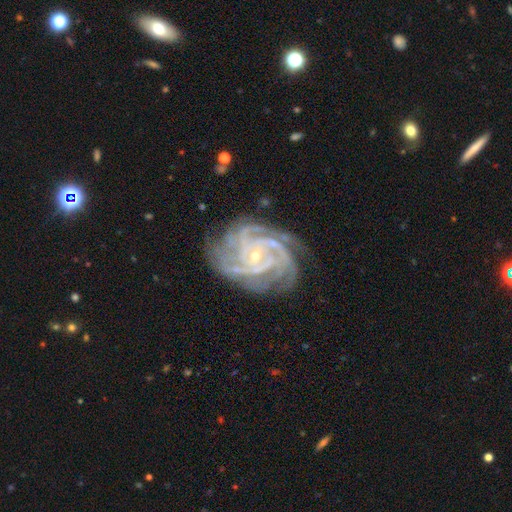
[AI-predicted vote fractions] Smooth or featured?
  - featured or disk: 91% *
  - star or artifact: 6%
  - smooth: 3%
Edge-on disk?
  - no: 98% *
  - yes: 2%
Bar?
  - no: 62% *
  - weak: 26%
  - strong: 12%
Spiral arms?
  - yes: 99% *
  - no: 1%
Spiral winding?
  - tight: 71% *
  - medium: 26%
  - loose: 3%
Spiral arm count?
  - 4: 39% *
  - more than 4: 19%
  - 3: 16%
  - can't tell: 11%
  - 2: 8%
  - 1: 7%
Bulge size?
  - small: 81% *
  - moderate: 16%
  - none: 1%
  - large: 1%
  - dominant: 1%
Merging?
  - none: 76% *
  - minor disturbance: 17%
  - major disturbance: 6%
  - merger: 1%